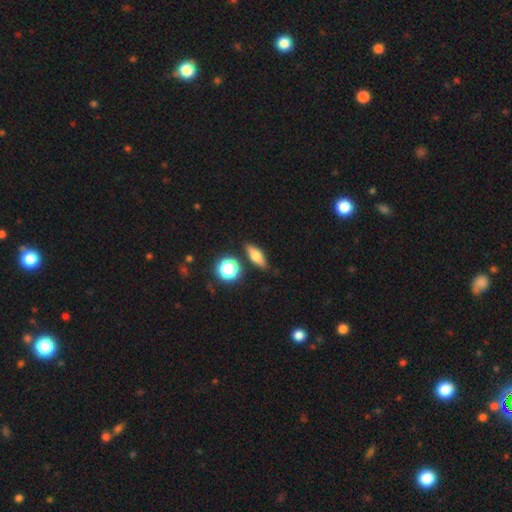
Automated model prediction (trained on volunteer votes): The model was most divided on "how rounded": in between: 48%, cigar-shaped: 40%, round: 12%. More confident: merging — none (83%); smooth or featured — smooth (61%).